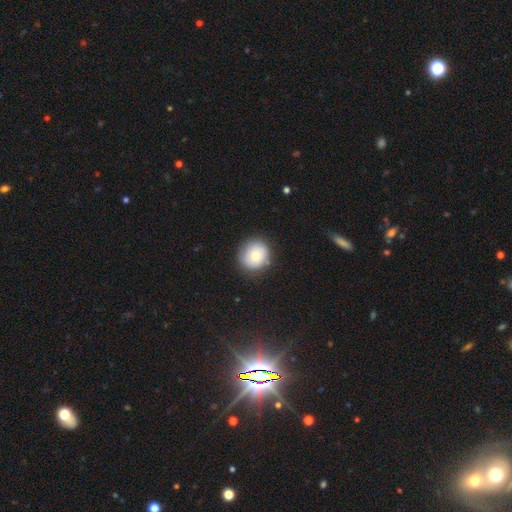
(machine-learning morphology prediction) A smooth galaxy with no disk features (73%) that is round (87%).

Vote fractions:
- Smooth or featured? smooth: 73% / featured or disk: 19% / star or artifact: 9%
- How rounded? round: 87% / in between: 12% / cigar-shaped: 1%
- Merging? none: 82% / minor disturbance: 13% / major disturbance: 3% / merger: 1%